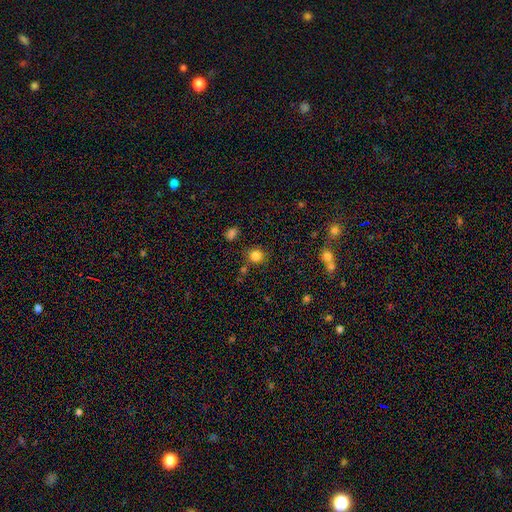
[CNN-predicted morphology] smooth 83%, star or artifact 12%, featured or disk 5%. Down the decision tree: how rounded — round (88%); merging — none (81%).